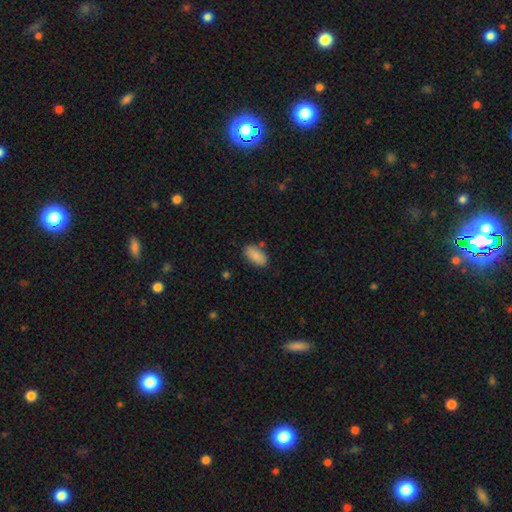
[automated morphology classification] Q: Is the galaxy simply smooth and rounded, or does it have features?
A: smooth — 84%.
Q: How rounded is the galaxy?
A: in between — 93%.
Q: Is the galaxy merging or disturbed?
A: none — 80%.